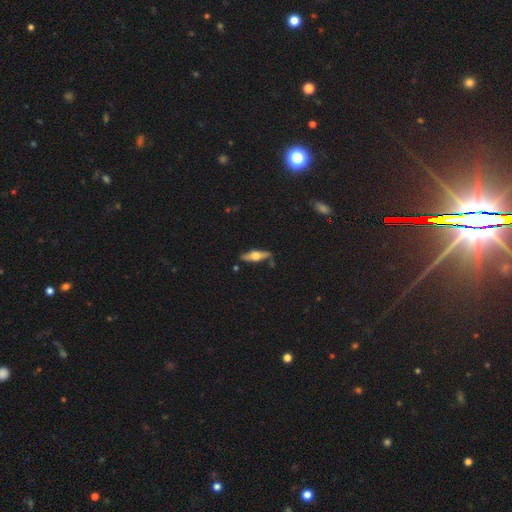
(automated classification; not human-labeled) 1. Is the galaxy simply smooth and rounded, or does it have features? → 59% featured or disk, 36% smooth, 6% star or artifact.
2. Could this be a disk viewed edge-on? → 90% yes, 10% no.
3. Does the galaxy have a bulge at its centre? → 94% rounded, 4% boxy, 2% none.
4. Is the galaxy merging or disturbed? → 79% none, 14% minor disturbance, 3% merger, 3% major disturbance.